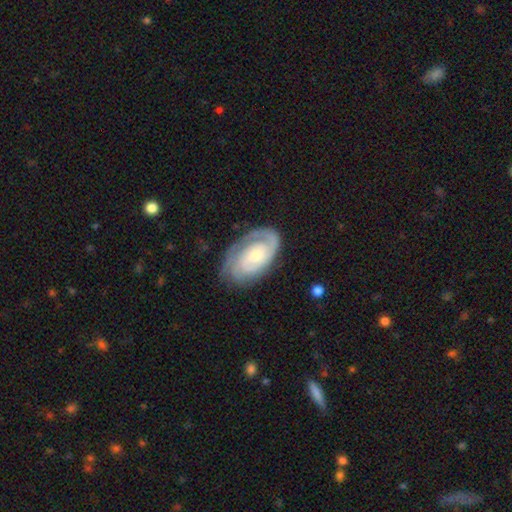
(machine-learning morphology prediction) Smooth or featured? featured or disk (86%)
Edge-on disk? no (97%)
Bar? no (64%)
Spiral arms? yes (96%)
Spiral winding? tight (70%)
Spiral arm count? 2 (54%)
Bulge size? small (46%, tied with moderate)
Merging? none (74%)